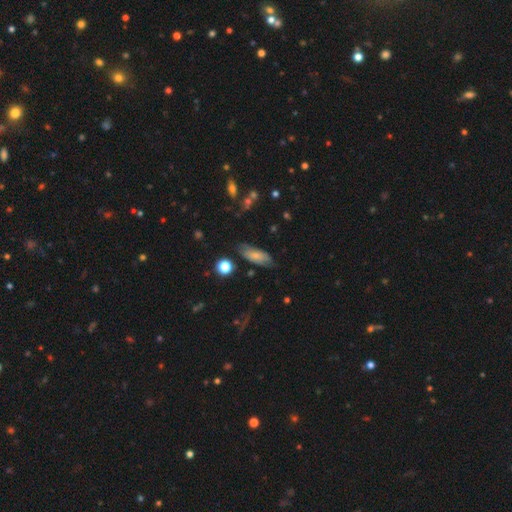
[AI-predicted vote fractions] This appears to be a smooth galaxy with no disk features (64%) that is in between round and cigar-shaped (75%). Merging: none (67%).